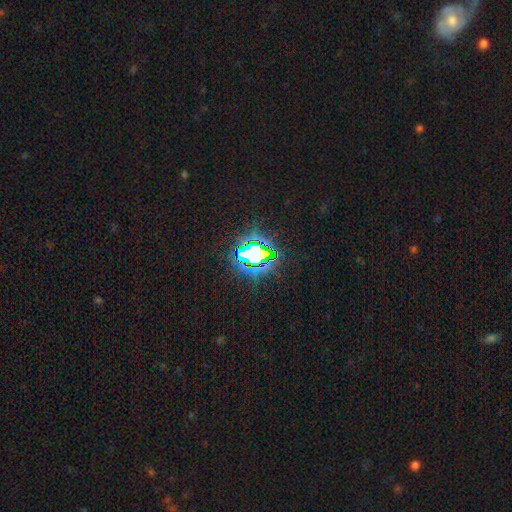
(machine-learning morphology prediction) Smooth or featured? star or artifact (69%)